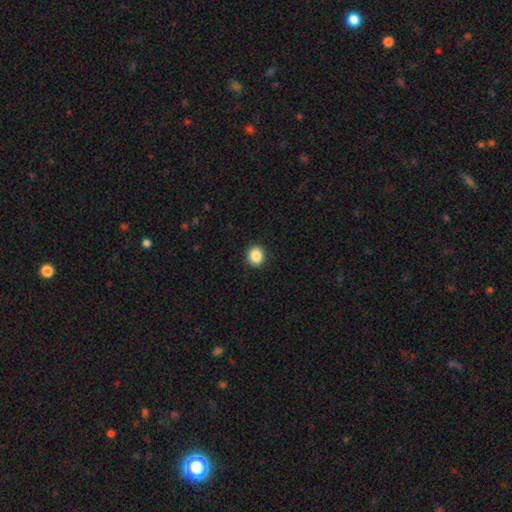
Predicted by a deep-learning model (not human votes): Morphology: type=smooth (88%); roundness=round (82%); merging=none (92%).